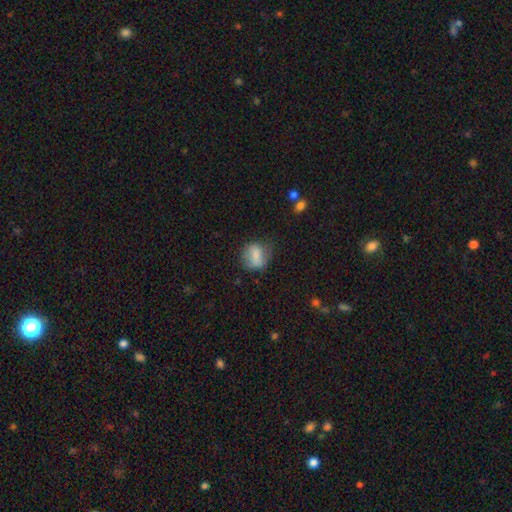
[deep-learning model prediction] This is likely a smooth galaxy (71%). How rounded: possibly round (53%). Merging: possibly none (57%).